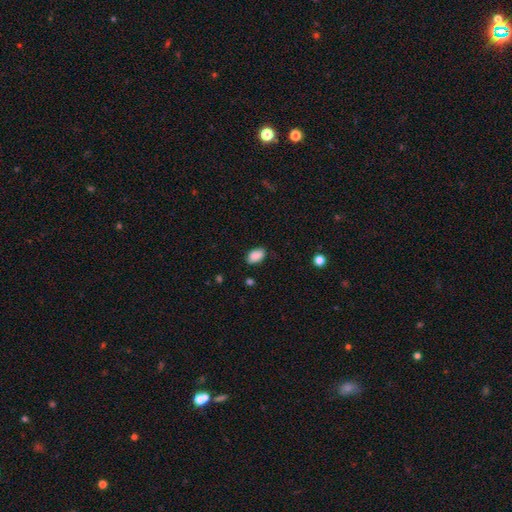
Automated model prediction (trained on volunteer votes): smooth 87%, star or artifact 8%, featured or disk 5%. Down the decision tree: how rounded — in between (90%); merging — none (77%).